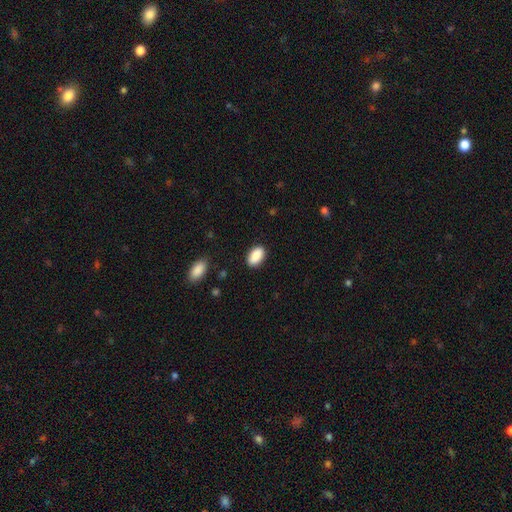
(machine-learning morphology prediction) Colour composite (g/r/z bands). It shows a smooth galaxy with no disk features (89%) that is in between round and cigar-shaped (92%). Merging: none (86%).